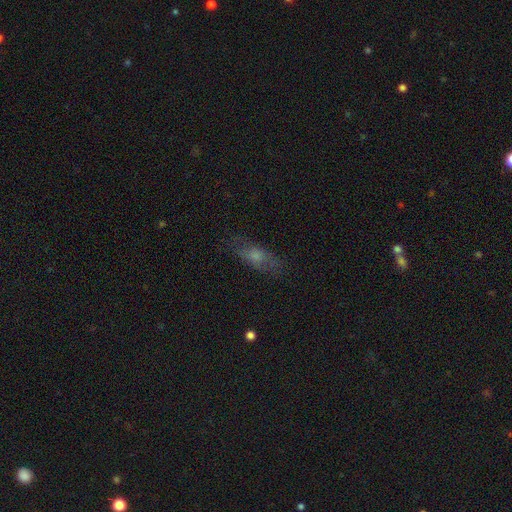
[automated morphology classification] This is possibly a smooth galaxy (52%). How rounded: possibly in between (58%). Merging: likely none (75%).